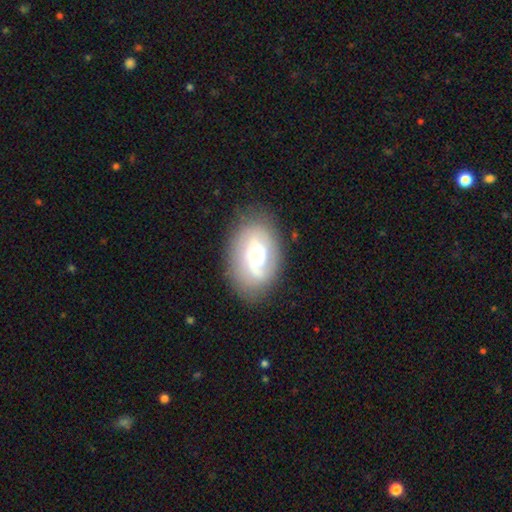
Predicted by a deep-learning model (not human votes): Smooth or featured: featured or disk — 71% (smooth — 22%)
Edge-on disk: no — 96% (yes — 4%)
Bar: no — 63% (weak — 30%)
Spiral arms: yes — 86% (no — 14%)
Spiral winding: tight — 42% (medium — 39%)
Spiral arm count: 2 — 53% (can't tell — 24%)
Bulge size: small — 50% (moderate — 43%)
Merging: none — 77% (minor disturbance — 15%)